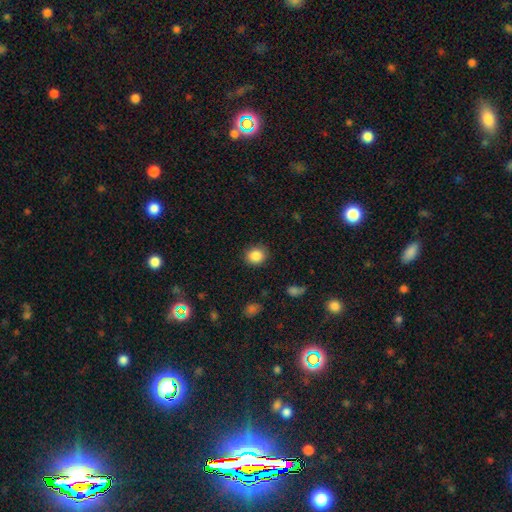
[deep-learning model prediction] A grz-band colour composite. It shows a smooth galaxy with no disk features (86%) that is round (76%). Merging: none (88%).